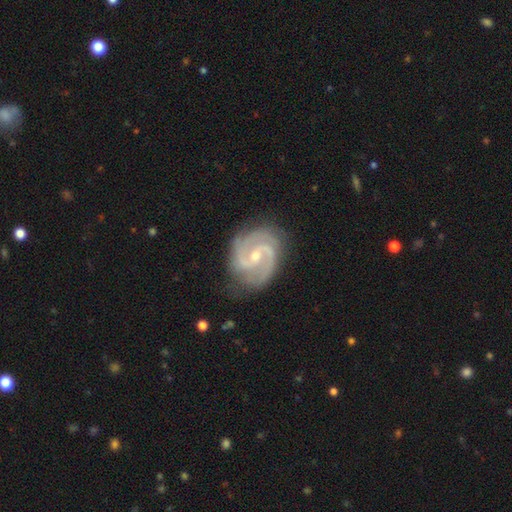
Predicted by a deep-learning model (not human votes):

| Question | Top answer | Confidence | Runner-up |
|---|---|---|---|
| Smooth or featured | featured or disk | 92% | star or artifact (4%) |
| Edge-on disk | no | 98% | yes (2%) |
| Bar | weak | 48% | no (35%) |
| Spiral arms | yes | 98% | no (2%) |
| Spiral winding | medium | 54% | tight (38%) |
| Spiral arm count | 2 | 76% | 3 (14%) |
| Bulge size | small | 58% | moderate (39%) |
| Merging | none | 78% | minor disturbance (16%) |